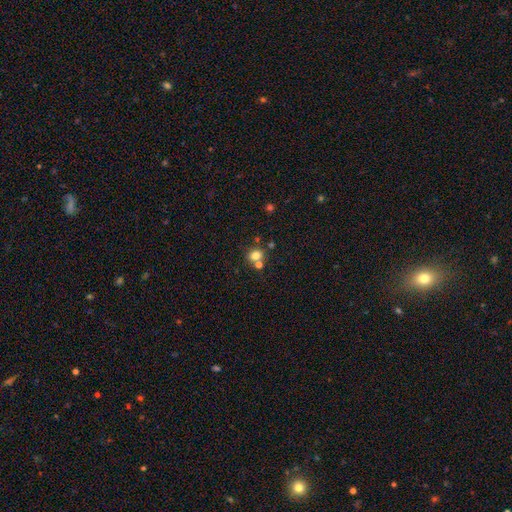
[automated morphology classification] smooth_or_featured: smooth (p=0.78) [alt: star or artifact p=0.14]
how_rounded: round (p=0.66) [alt: in between p=0.33]
merging: none (p=0.60) [alt: merger p=0.27]